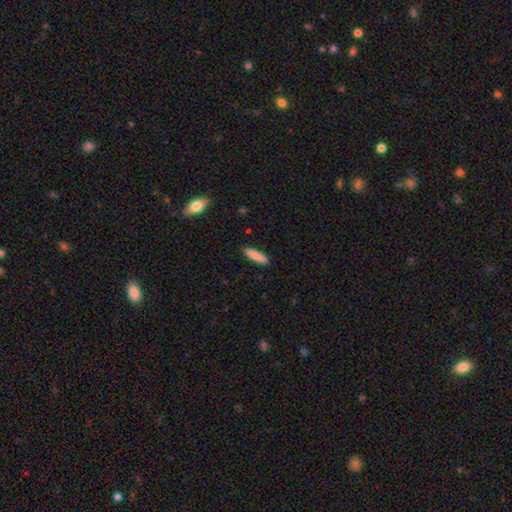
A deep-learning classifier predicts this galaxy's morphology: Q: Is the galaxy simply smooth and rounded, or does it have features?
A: smooth — 87%.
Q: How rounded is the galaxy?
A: cigar-shaped — 69%.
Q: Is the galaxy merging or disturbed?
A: none — 90%.